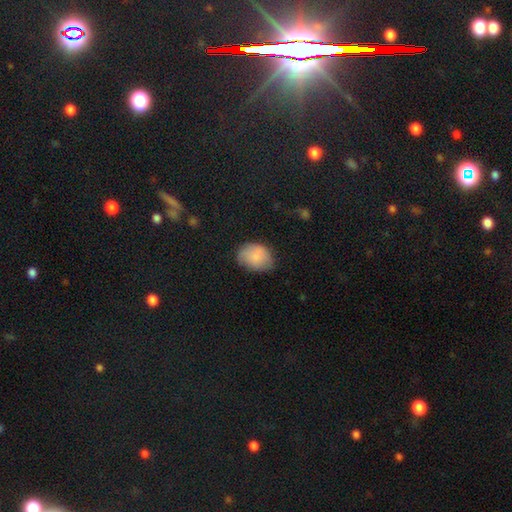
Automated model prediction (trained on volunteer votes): smooth_or_featured: smooth (p=0.82) [alt: featured or disk p=0.11]
how_rounded: in between (p=0.70) [alt: round p=0.29]
merging: none (p=0.66) [alt: minor disturbance p=0.27]